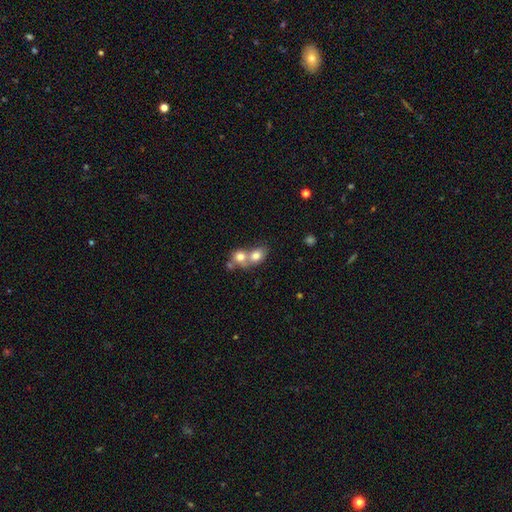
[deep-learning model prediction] This is likely a smooth galaxy (75%). How rounded: possibly round (53%). Merging: likely merger (66%).